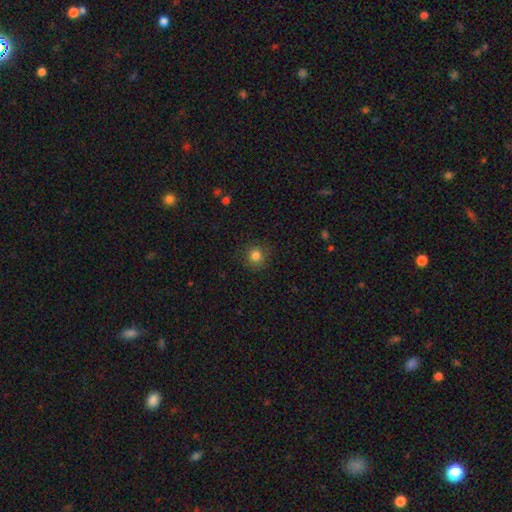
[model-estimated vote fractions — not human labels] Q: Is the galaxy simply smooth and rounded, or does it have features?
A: smooth — 83%.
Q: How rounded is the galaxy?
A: round — 90%.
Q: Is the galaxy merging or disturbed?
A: none — 87%.